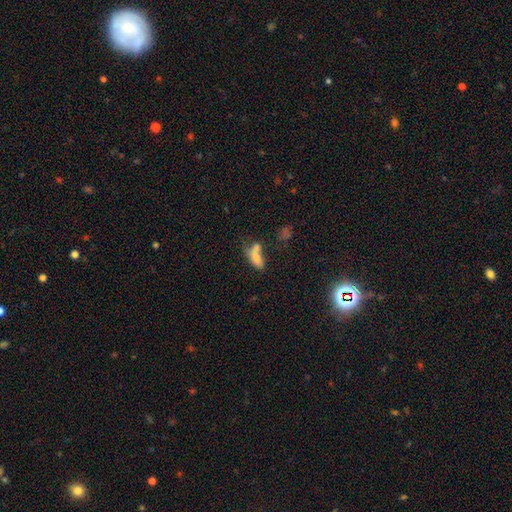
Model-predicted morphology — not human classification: Overall: smooth (72%). How rounded: in between (76%). Merging: merger (41%; none 27%).